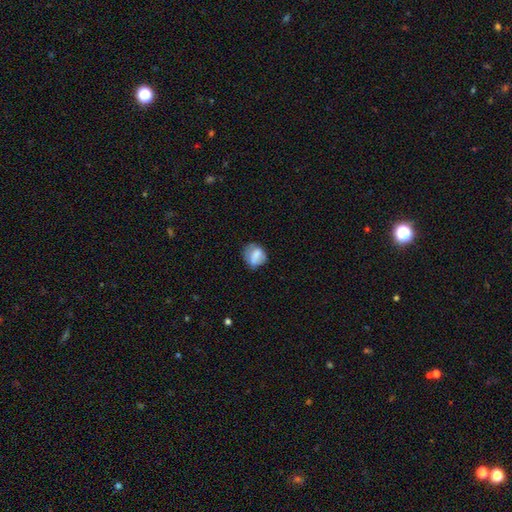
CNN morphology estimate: Overall: smooth (69%). How rounded: round (62%; in between 36%). Merging: none (55%; minor disturbance 28%).